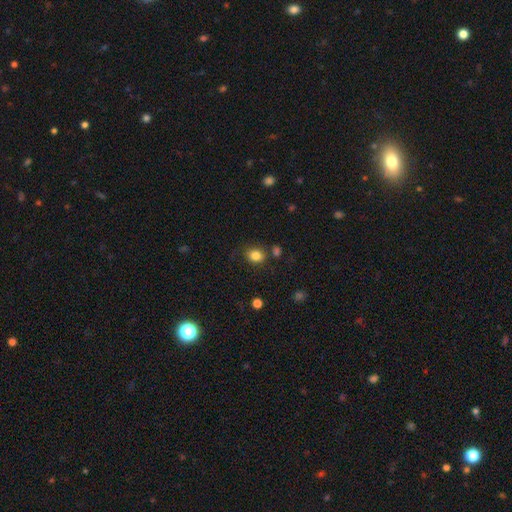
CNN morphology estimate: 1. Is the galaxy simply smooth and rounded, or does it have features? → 83% smooth, 11% star or artifact, 6% featured or disk.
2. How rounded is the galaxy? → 67% round, 32% in between, 1% cigar-shaped.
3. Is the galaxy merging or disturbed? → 75% none, 14% minor disturbance, 6% merger, 5% major disturbance.